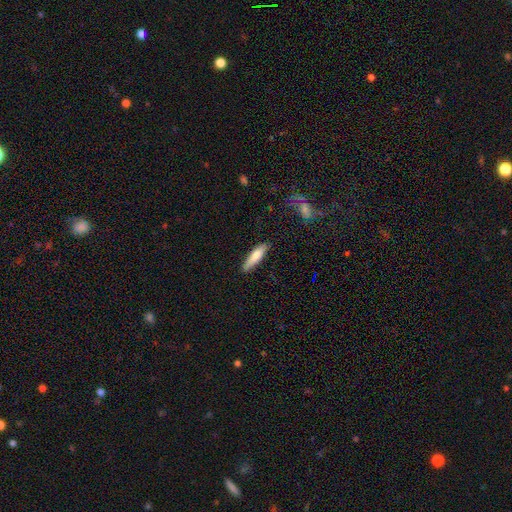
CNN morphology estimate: type=smooth (79%); roundness=cigar-shaped (74%); merging=none (79%).